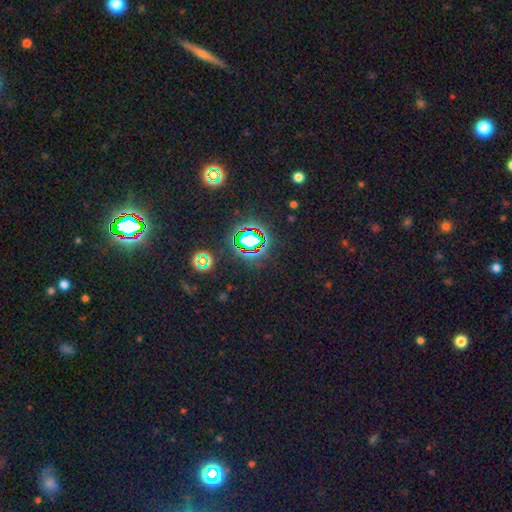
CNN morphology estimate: Q: Smooth or featured?
A: star or artifact (81%); runner-up: smooth (12%)